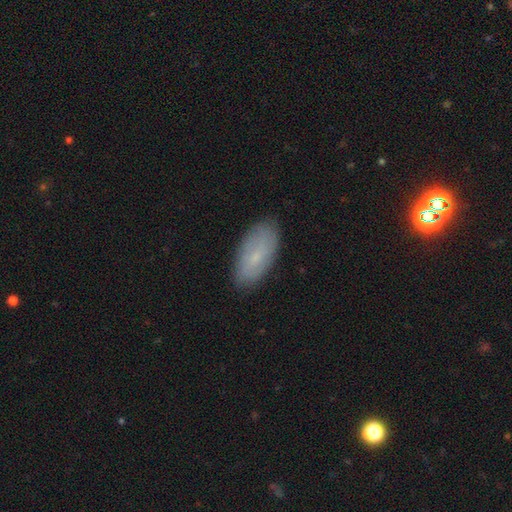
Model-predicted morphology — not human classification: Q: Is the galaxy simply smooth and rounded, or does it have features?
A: smooth — 67%.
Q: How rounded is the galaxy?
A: in between — 90%.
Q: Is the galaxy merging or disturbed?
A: none — 85%.